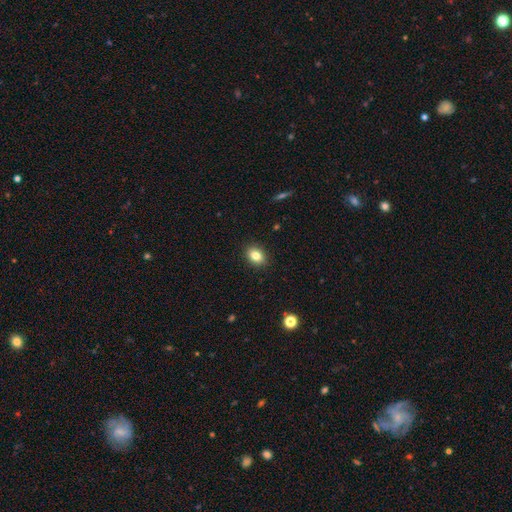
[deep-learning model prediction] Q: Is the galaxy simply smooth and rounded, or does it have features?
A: smooth — 84%.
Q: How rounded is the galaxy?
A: in between — 67%.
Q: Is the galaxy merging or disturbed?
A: none — 90%.